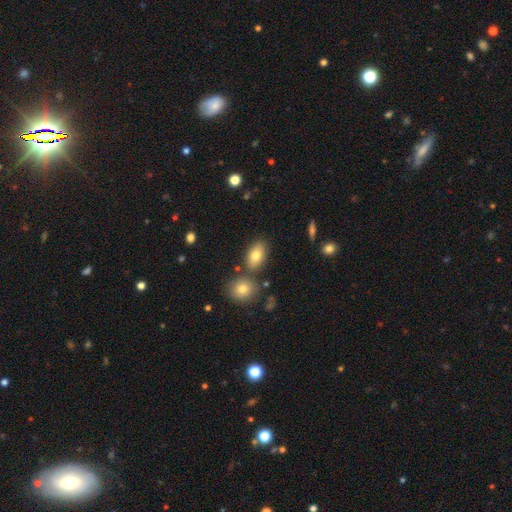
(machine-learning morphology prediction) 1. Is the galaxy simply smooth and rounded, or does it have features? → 80% smooth, 12% featured or disk, 8% star or artifact.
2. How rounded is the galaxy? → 90% in between, 8% round, 2% cigar-shaped.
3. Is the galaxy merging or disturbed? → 74% none, 12% merger, 11% minor disturbance, 3% major disturbance.